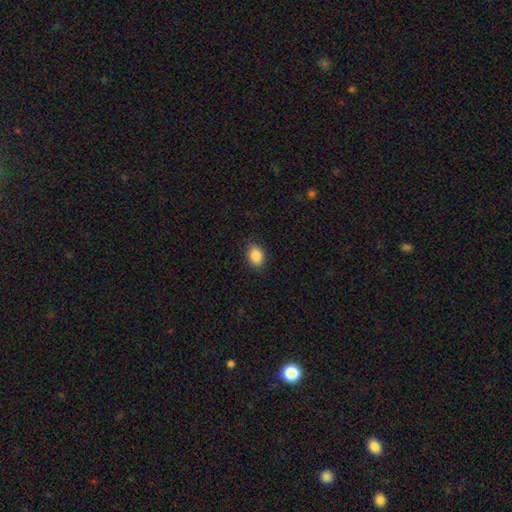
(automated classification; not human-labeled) This is clearly a smooth galaxy (89%). How rounded: likely in between (76%). Merging: clearly none (88%).